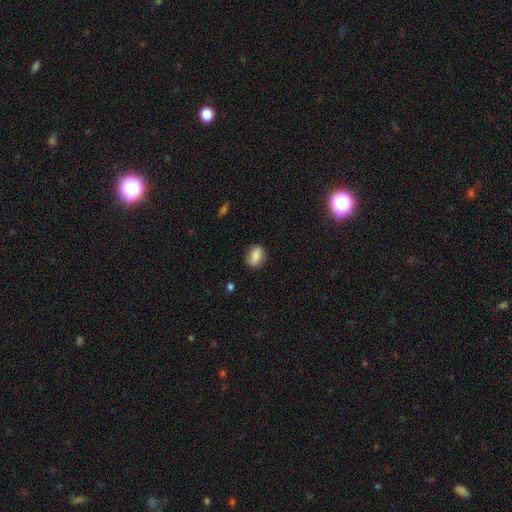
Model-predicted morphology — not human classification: type=smooth (84%); roundness=in between (76%); merging=none (78%).